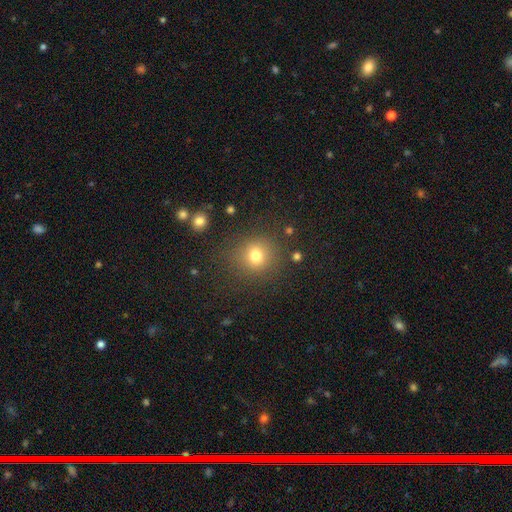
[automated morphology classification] Smooth or featured? Predicted: smooth (p=0.76). How rounded? Predicted: round (p=0.87). Merging? Predicted: none (p=0.83).